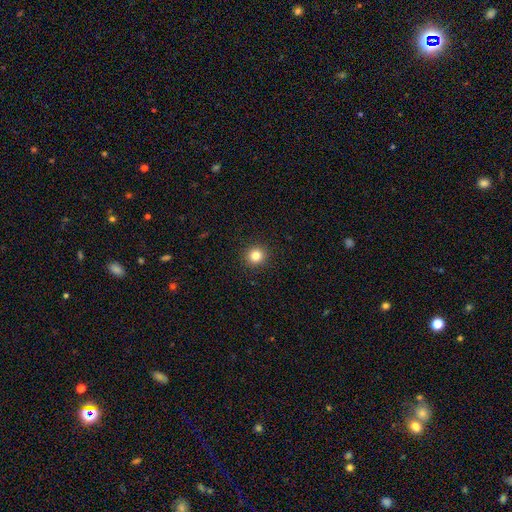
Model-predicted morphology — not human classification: This is clearly a smooth galaxy (83%). How rounded: clearly round (94%). Merging: clearly none (93%).